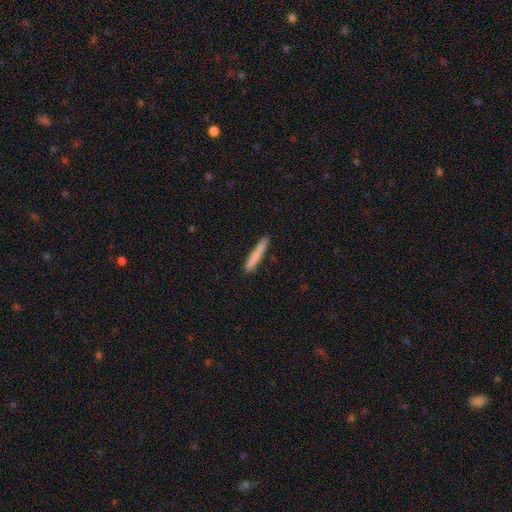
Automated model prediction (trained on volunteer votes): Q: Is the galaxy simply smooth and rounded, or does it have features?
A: smooth — 78%.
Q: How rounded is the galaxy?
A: cigar-shaped — 96%.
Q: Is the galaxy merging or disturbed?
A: none — 89%.